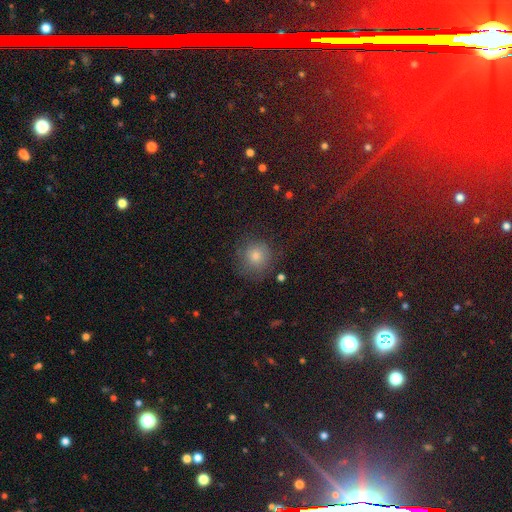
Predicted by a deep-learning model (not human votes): The model was most divided on "smooth or featured": smooth: 61%, star or artifact: 25%, featured or disk: 13%. More confident: how rounded — round (92%); merging — none (78%).